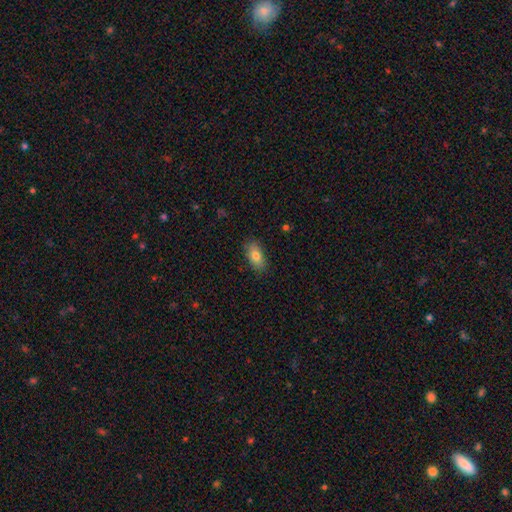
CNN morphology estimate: Overall: smooth (79%). How rounded: in between (88%). Merging: none (85%).